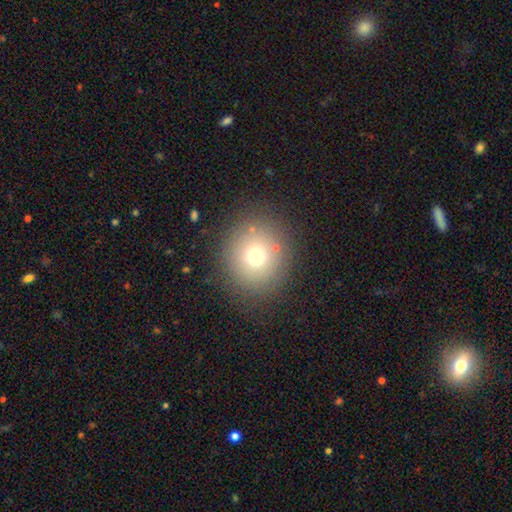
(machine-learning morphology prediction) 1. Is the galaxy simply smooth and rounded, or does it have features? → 72% smooth, 15% star or artifact, 13% featured or disk.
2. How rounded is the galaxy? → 88% round, 11% in between, 1% cigar-shaped.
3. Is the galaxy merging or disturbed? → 85% none, 9% minor disturbance, 4% major disturbance, 2% merger.